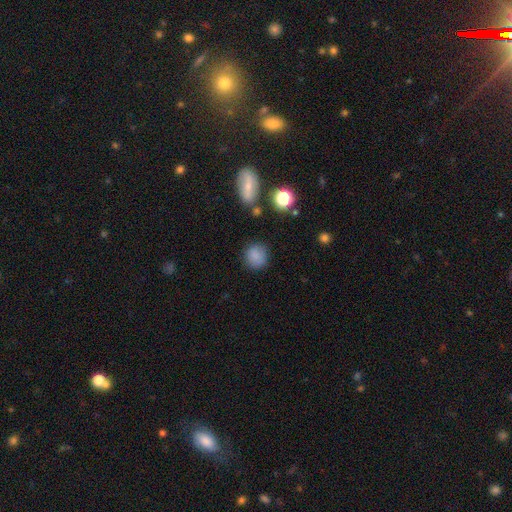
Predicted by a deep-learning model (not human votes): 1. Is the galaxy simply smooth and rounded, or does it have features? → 83% smooth, 12% star or artifact, 5% featured or disk.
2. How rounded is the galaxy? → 81% round, 18% in between, 1% cigar-shaped.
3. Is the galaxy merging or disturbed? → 81% none, 12% minor disturbance, 4% major disturbance, 3% merger.